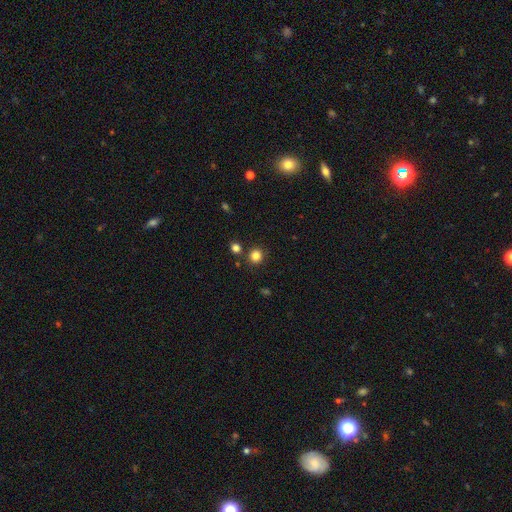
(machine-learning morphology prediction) Smooth or featured? Predicted: smooth (p=0.83). How rounded? Predicted: round (p=0.90). Merging? Predicted: none (p=0.84).